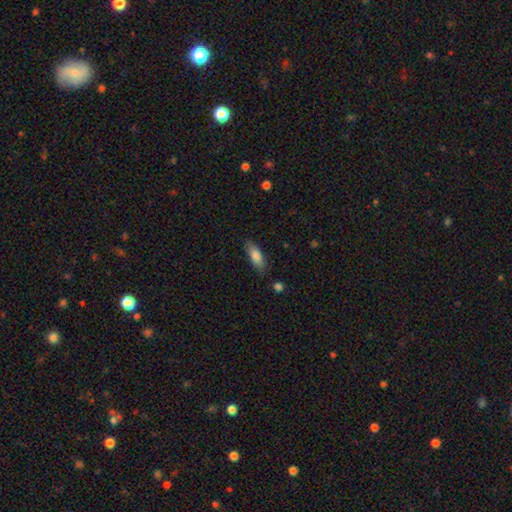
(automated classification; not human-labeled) smooth-or-featured: smooth: 82% | featured or disk: 12% | star or artifact: 6%
  how-rounded: in between: 68% | cigar-shaped: 30% | round: 2%
  merging: none: 80% | minor disturbance: 14% | major disturbance: 3% | merger: 2%